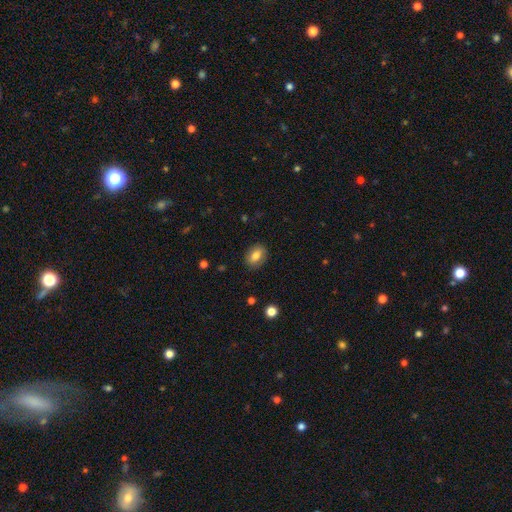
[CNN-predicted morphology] Smooth or featured? Predicted: smooth (p=0.77). How rounded? Predicted: in between (p=0.71). Merging? Predicted: none (p=0.87).